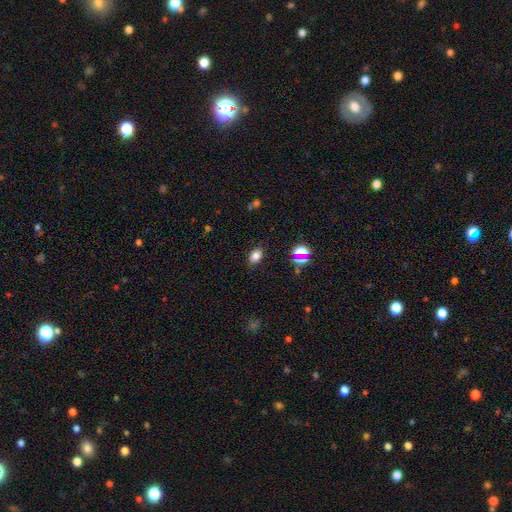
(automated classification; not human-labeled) A smooth galaxy with no disk features (77%) that is in between round and cigar-shaped (81%).

Vote fractions:
- Smooth or featured? smooth: 77% / star or artifact: 15% / featured or disk: 7%
- How rounded? in between: 81% / round: 17% / cigar-shaped: 2%
- Merging? none: 85% / minor disturbance: 11% / major disturbance: 3% / merger: 2%